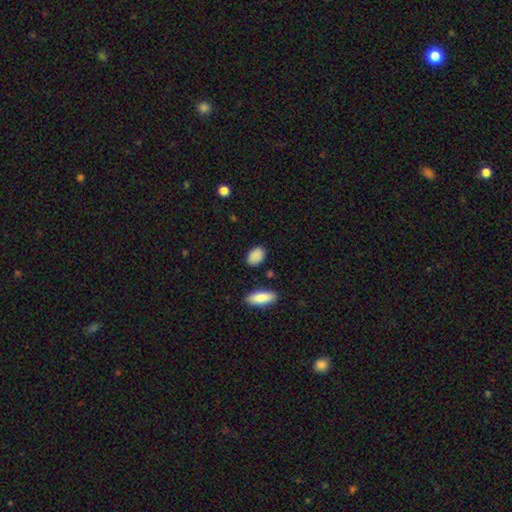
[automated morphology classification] Smooth or featured: smooth — 89% (star or artifact — 7%)
How rounded: in between — 83% (round — 15%)
Merging: none — 84% (minor disturbance — 11%)